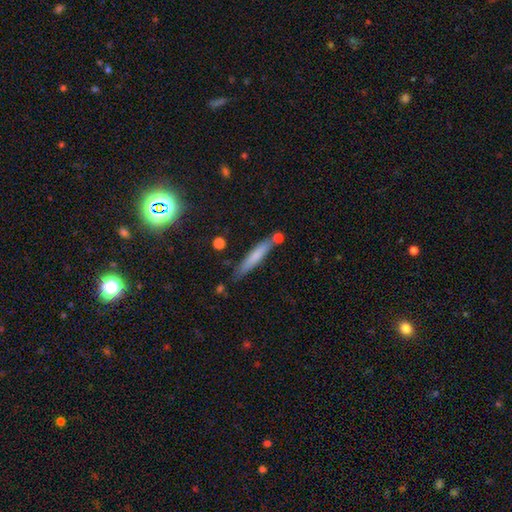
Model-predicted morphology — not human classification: Smooth or featured? Predicted: smooth (p=0.64). How rounded? Predicted: cigar-shaped (p=0.93). Merging? Predicted: none (p=0.77).